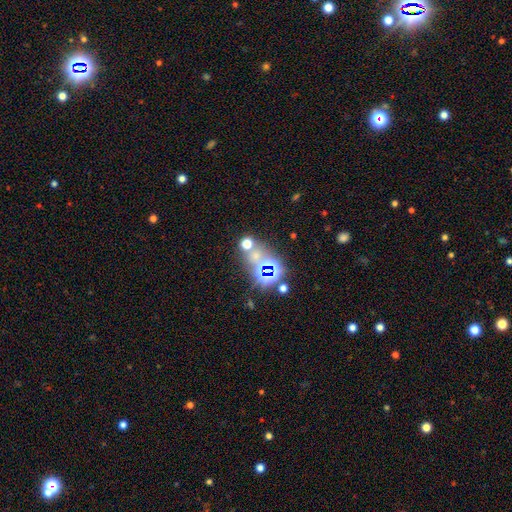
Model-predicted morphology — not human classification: Smooth or featured? star or artifact (50%)